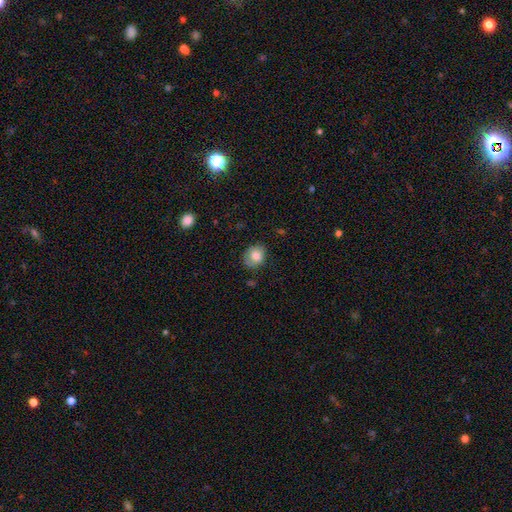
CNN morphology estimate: smooth-or-featured: smooth: 75% | featured or disk: 17% | star or artifact: 8%
  how-rounded: round: 63% | in between: 36% | cigar-shaped: 1%
  merging: none: 65% | minor disturbance: 25% | major disturbance: 9% | merger: 2%